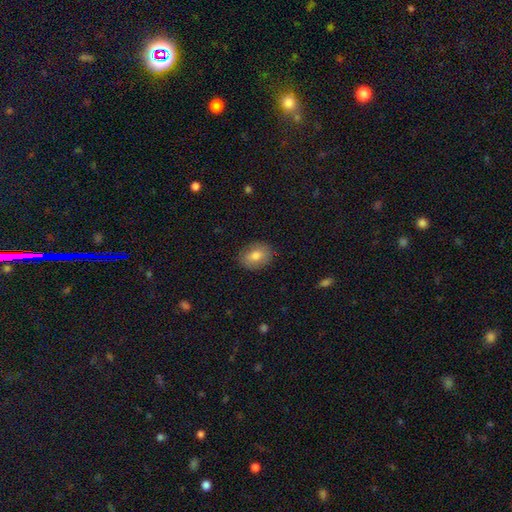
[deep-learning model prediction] This appears to be a smooth galaxy with no disk features (76%) that is in between round and cigar-shaped (64%). Merging: none (86%).